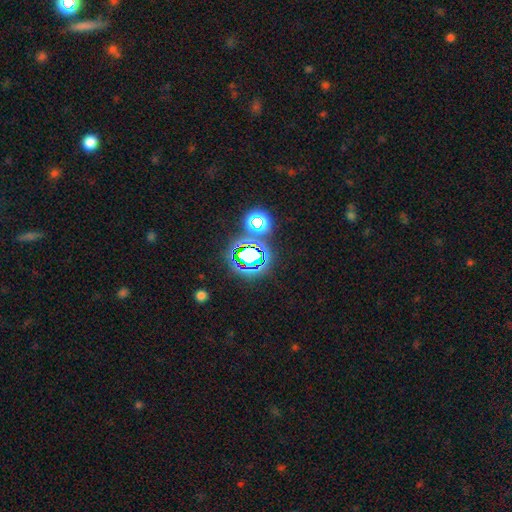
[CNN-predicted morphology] star or artifact 73%, smooth 19%, featured or disk 9%.